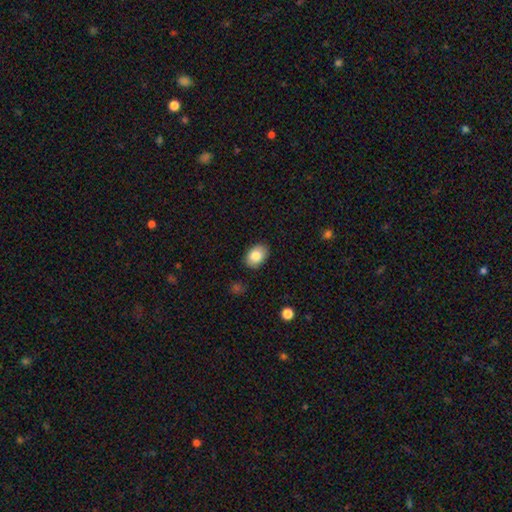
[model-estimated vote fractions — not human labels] smooth 85%, featured or disk 8%, star or artifact 7%. Down the decision tree: how rounded — in between (82%); merging — none (87%).